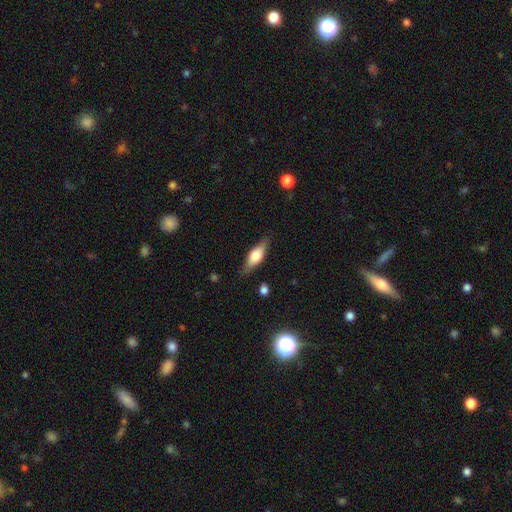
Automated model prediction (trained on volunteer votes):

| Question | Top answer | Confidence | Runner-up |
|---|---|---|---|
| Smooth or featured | smooth | 52% | featured or disk (42%) |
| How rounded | in between | 60% | cigar-shaped (36%) |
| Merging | none | 82% | minor disturbance (14%) |